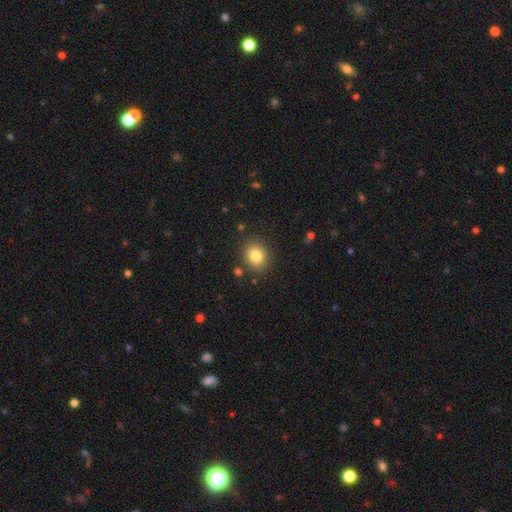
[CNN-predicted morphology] Smooth or featured? Predicted: smooth (p=0.81). How rounded? Predicted: round (p=0.70). Merging? Predicted: none (p=0.87).